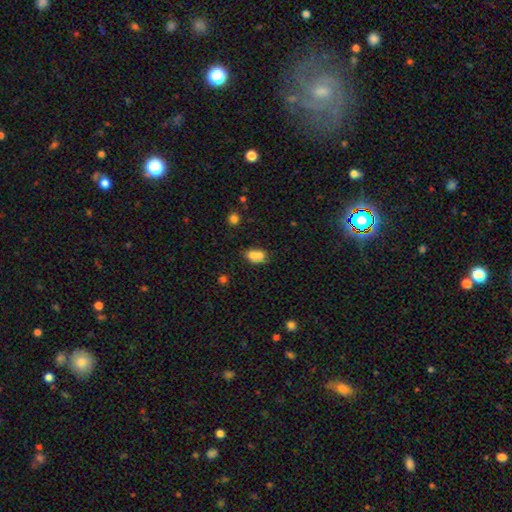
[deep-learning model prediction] smooth-or-featured: smooth: 70% | featured or disk: 19% | star or artifact: 11%
  how-rounded: in between: 58% | round: 40% | cigar-shaped: 2%
  merging: merger: 61% | none: 26% | minor disturbance: 9% | major disturbance: 4%